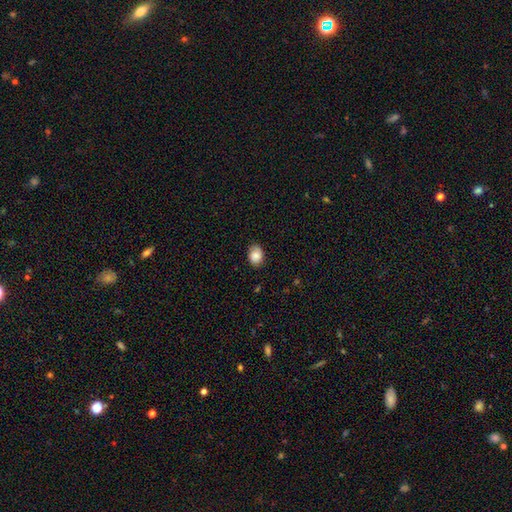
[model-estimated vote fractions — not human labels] smooth 84%, featured or disk 8%, star or artifact 8%. Down the decision tree: how rounded — in between (70%); merging — none (80%).